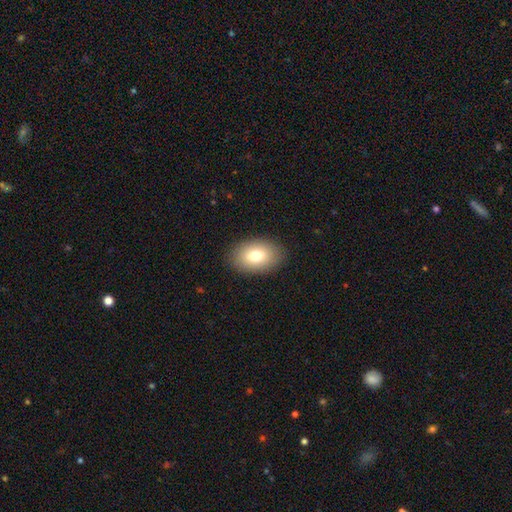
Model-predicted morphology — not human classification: A smooth galaxy with no disk features (78%) that is in between round and cigar-shaped (88%). Merging: none (88%).